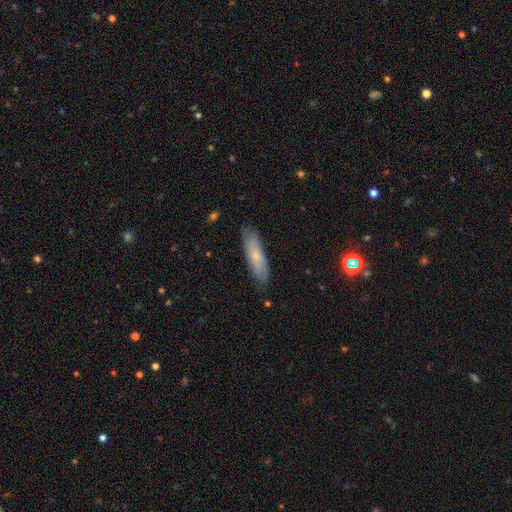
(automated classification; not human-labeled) smooth 64%, featured or disk 29%, star or artifact 7%. Down the decision tree: how rounded — cigar-shaped (66%); merging — none (82%).